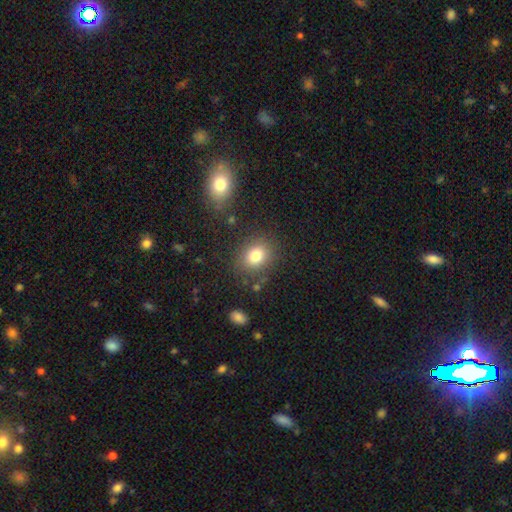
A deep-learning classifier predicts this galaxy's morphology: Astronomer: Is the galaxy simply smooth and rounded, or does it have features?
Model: smooth — 79%.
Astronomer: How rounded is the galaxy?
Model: round — 62% (runner-up: in between, 38%).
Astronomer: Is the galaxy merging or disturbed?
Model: none — 82%.